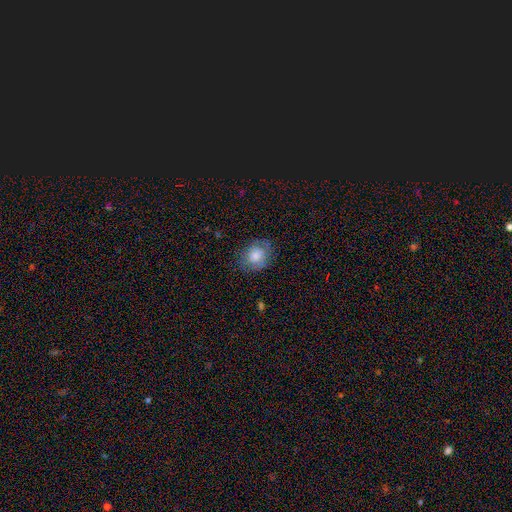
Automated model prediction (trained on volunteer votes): Smooth or featured? Predicted: smooth (p=0.73). How rounded? Predicted: round (p=0.65). Merging? Predicted: none (p=0.77).